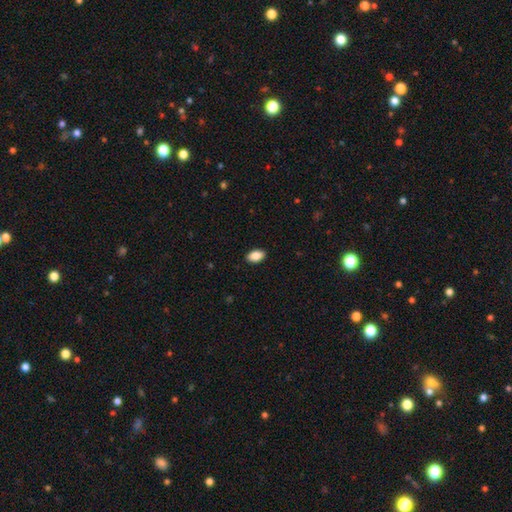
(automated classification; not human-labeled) smooth 88%, star or artifact 7%, featured or disk 4%. Down the decision tree: how rounded — in between (93%); merging — none (89%).